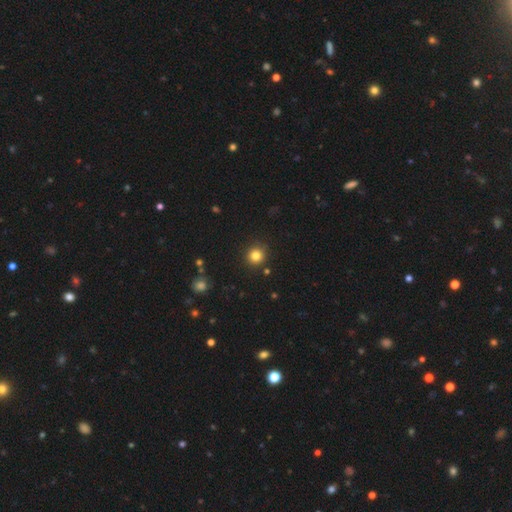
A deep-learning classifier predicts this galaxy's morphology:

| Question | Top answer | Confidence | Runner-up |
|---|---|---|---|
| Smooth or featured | smooth | 82% | star or artifact (13%) |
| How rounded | round | 94% | in between (5%) |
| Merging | none | 89% | minor disturbance (6%) |